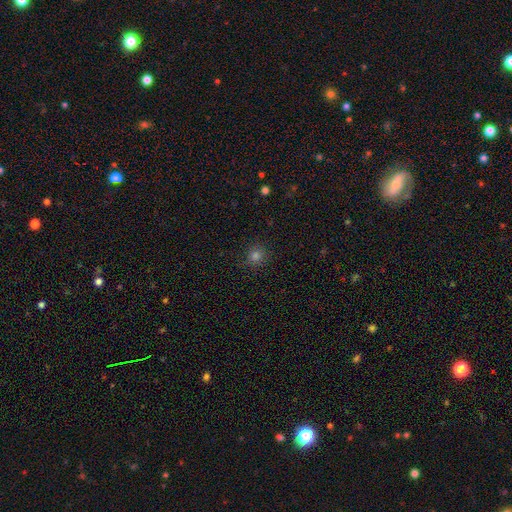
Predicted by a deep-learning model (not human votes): Smooth or featured?
  - smooth: 77% *
  - star or artifact: 18%
  - featured or disk: 5%
How rounded?
  - round: 88% *
  - in between: 11%
  - cigar-shaped: 1%
Merging?
  - none: 88% *
  - minor disturbance: 9%
  - major disturbance: 3%
  - merger: 1%